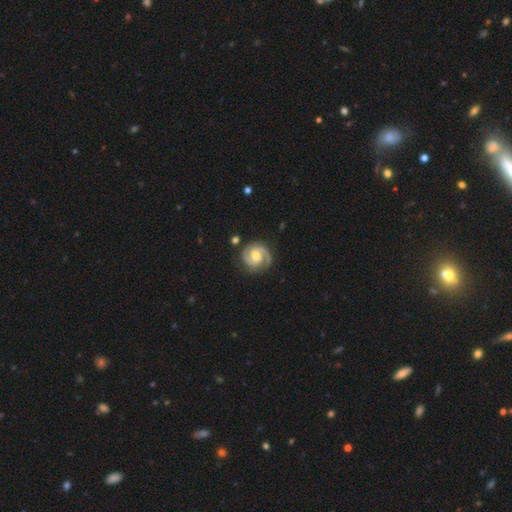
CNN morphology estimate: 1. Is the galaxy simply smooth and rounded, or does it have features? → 89% featured or disk, 6% smooth, 4% star or artifact.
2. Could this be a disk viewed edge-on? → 98% no, 2% yes.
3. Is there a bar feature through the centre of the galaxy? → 49% no, 41% weak, 10% strong.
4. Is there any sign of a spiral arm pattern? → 98% yes, 2% no.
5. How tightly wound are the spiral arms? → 46% medium, 45% tight, 9% loose.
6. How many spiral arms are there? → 89% 2, 3% 1, 3% 3, 3% can't tell, 1% 4, 1% more than 4.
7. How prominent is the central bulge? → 66% moderate, 28% small, 3% large, 1% none, 1% dominant.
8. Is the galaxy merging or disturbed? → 82% none, 13% minor disturbance, 4% major disturbance, 2% merger.